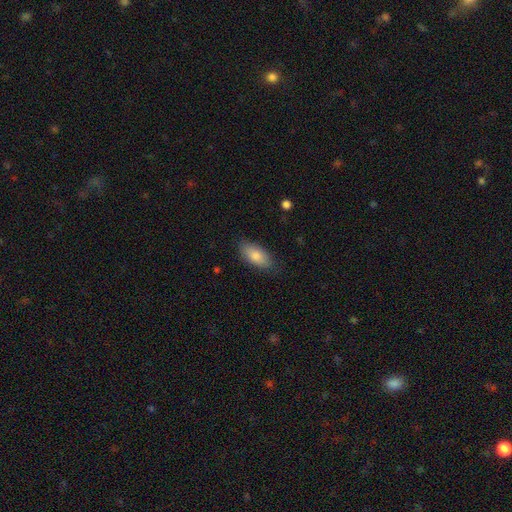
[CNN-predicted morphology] Smooth or featured: smooth — 83% (featured or disk — 11%)
How rounded: in between — 89% (cigar-shaped — 9%)
Merging: none — 81% (minor disturbance — 15%)